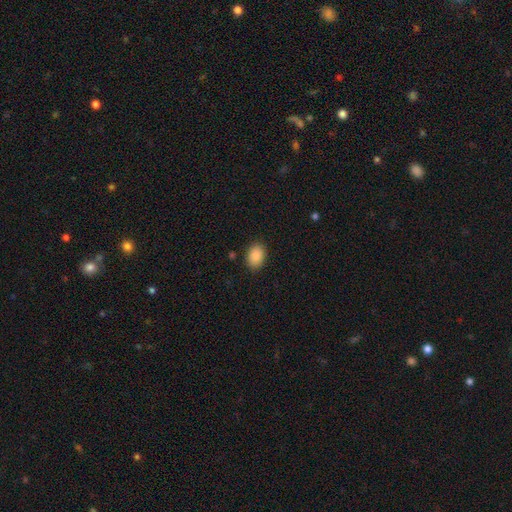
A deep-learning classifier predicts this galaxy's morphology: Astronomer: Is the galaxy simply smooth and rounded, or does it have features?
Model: smooth — 88%.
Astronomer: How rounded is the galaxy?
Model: in between — 80%.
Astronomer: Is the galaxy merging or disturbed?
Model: none — 88%.